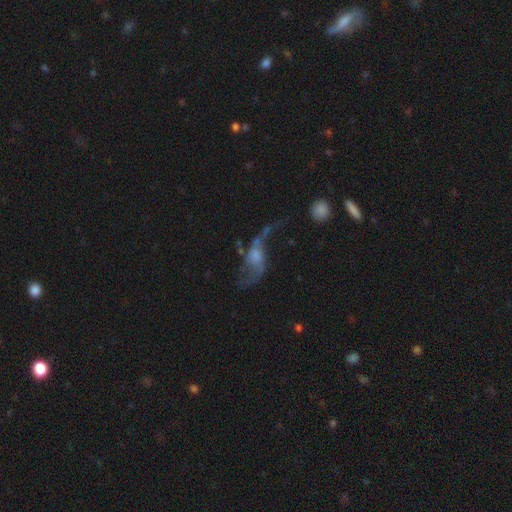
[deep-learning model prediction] Morphology: type=featured or disk (74%); edge-on=no (93%); bar=no (63%); spiral arms=yes (84%); winding=loose (89%); arm count=2 (86%); bulge=small (34%); merging=major disturbance (38%).